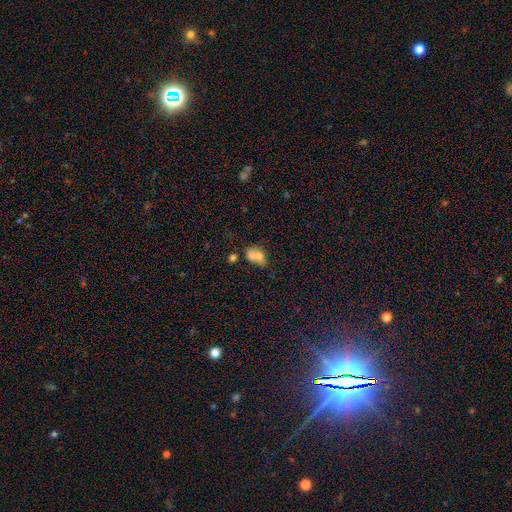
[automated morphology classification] smooth-or-featured: smooth: 68% | featured or disk: 21% | star or artifact: 11%
  how-rounded: in between: 55% | round: 43% | cigar-shaped: 2%
  merging: merger: 63% | none: 22% | minor disturbance: 10% | major disturbance: 6%